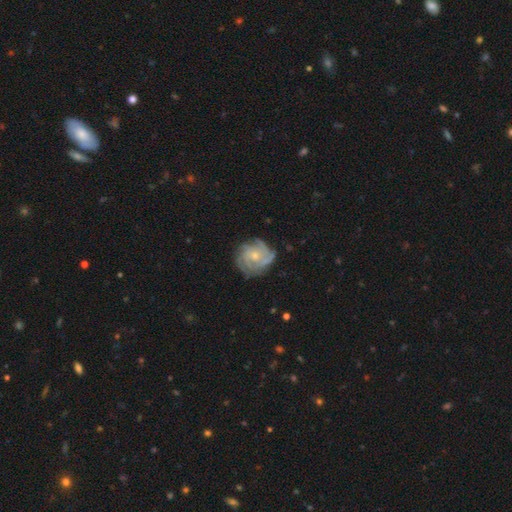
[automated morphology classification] smooth-or-featured: featured or disk: 84% | smooth: 10% | star or artifact: 6%
  disk-edge-on: no: 98% | yes: 2%
    bar: no: 75% | weak: 22% | strong: 4%
    has-spiral-arms: yes: 96% | no: 4%
      spiral-winding: tight: 66% | medium: 28% | loose: 6%
      spiral-arm-count: 4: 27% | 3: 26% | can't tell: 22% | 2: 10% | more than 4: 7% | 1: 6%
    bulge-size: small: 52% | moderate: 43% | none: 3% | large: 2% | dominant: 1%
  merging: none: 75% | minor disturbance: 18% | major disturbance: 6% | merger: 1%